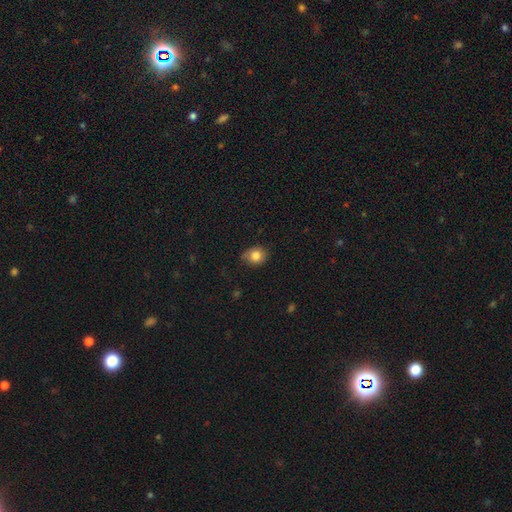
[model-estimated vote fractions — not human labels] Q: Smooth or featured?
A: smooth (81%); runner-up: star or artifact (10%)
Q: How rounded?
A: round (61%); runner-up: in between (38%)
Q: Merging?
A: none (72%); runner-up: minor disturbance (23%)